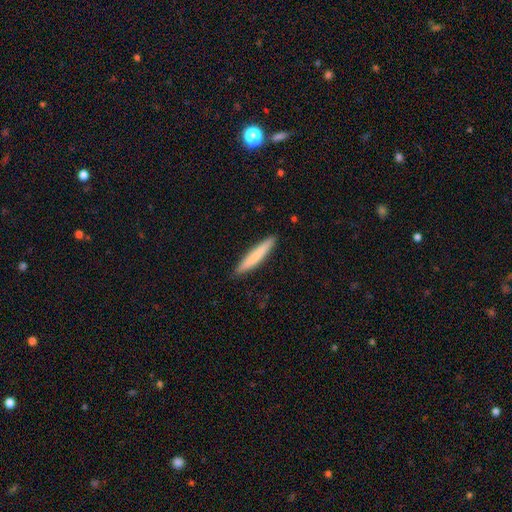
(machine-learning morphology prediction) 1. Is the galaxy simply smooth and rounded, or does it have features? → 75% smooth, 20% featured or disk, 5% star or artifact.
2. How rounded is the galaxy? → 94% cigar-shaped, 5% in between, 1% round.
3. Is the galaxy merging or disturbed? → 90% none, 7% minor disturbance, 1% major disturbance, 1% merger.